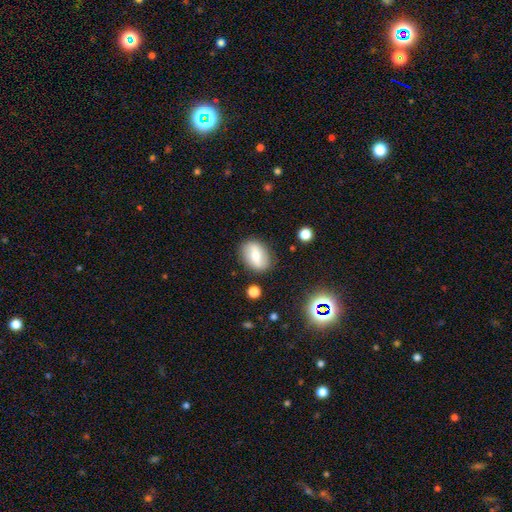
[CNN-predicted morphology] A smooth galaxy with no disk features (54%) that is in between round and cigar-shaped (77%). Merging: none (84%).